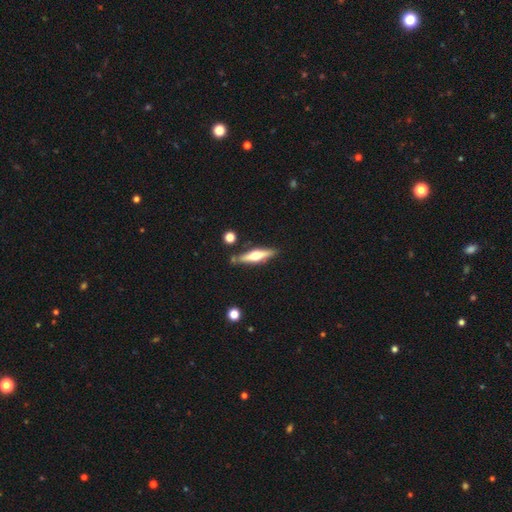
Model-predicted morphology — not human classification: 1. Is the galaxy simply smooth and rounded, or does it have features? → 63% featured or disk, 32% smooth, 6% star or artifact.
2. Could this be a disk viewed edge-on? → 95% yes, 5% no.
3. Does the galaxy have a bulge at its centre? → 93% rounded, 4% boxy, 3% none.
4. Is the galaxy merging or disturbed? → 82% none, 11% minor disturbance, 5% merger, 2% major disturbance.